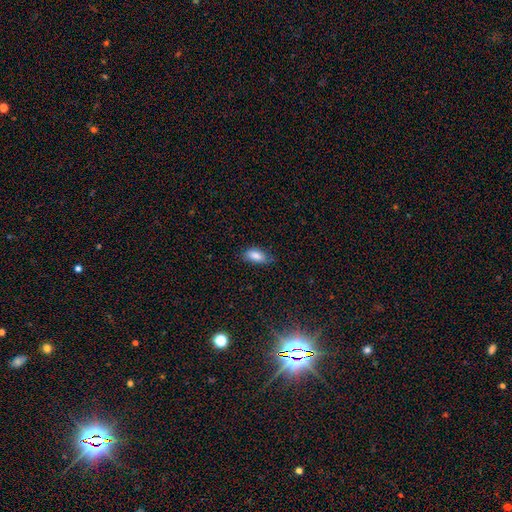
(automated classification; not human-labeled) Q: Smooth or featured?
A: smooth (85%); runner-up: featured or disk (8%)
Q: How rounded?
A: in between (89%); runner-up: cigar-shaped (8%)
Q: Merging?
A: none (73%); runner-up: minor disturbance (22%)